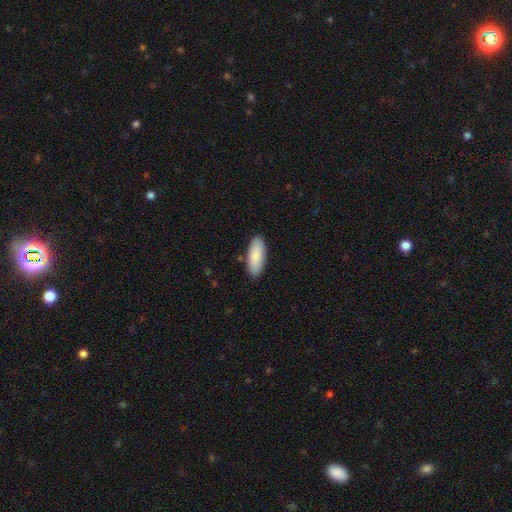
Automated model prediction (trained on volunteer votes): smooth-or-featured: smooth: 88% | featured or disk: 7% | star or artifact: 5%
  how-rounded: in between: 81% | cigar-shaped: 18% | round: 2%
  merging: none: 88% | minor disturbance: 9% | major disturbance: 2% | merger: 1%